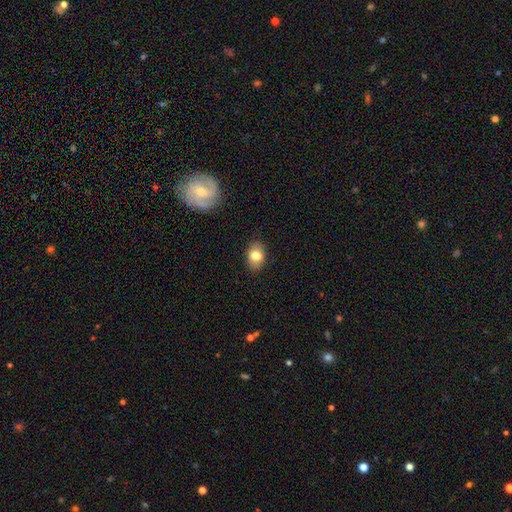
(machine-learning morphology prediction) smooth_or_featured: smooth (p=0.78) [alt: featured or disk p=0.14]
how_rounded: in between (p=0.73) [alt: round p=0.25]
merging: none (p=0.85) [alt: minor disturbance p=0.11]